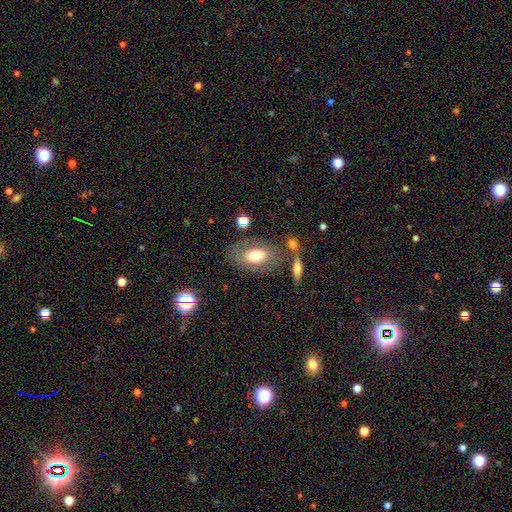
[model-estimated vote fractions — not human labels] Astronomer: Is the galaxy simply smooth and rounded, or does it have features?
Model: smooth — 60%.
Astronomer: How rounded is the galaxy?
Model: in between — 87%.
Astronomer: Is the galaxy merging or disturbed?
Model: none — 68%.